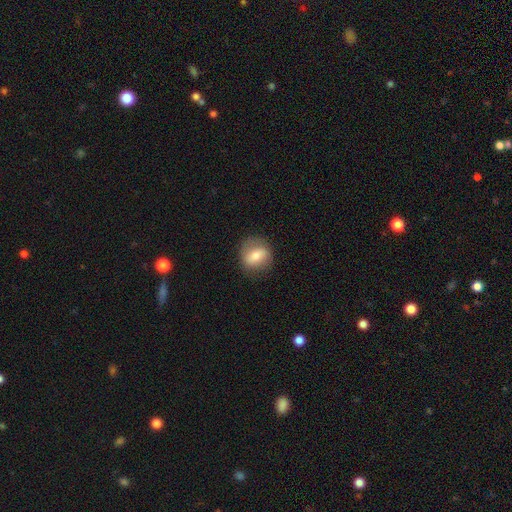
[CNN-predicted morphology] smooth-or-featured: smooth: 63% | featured or disk: 28% | star or artifact: 8%
  how-rounded: round: 63% | in between: 35% | cigar-shaped: 2%
  merging: none: 82% | minor disturbance: 13% | major disturbance: 4% | merger: 1%